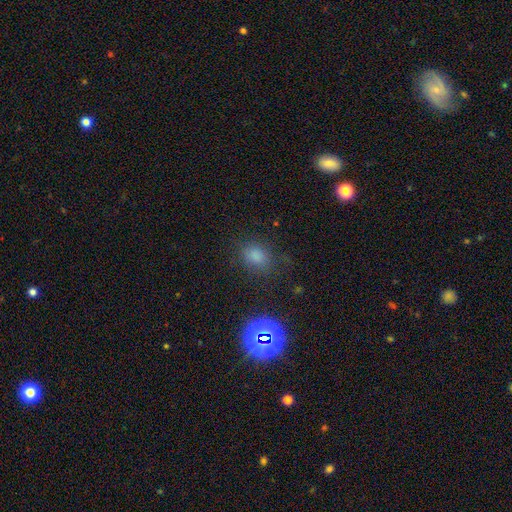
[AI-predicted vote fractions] This is likely a smooth galaxy (68%). How rounded: possibly in between (54%). Merging: likely none (79%).